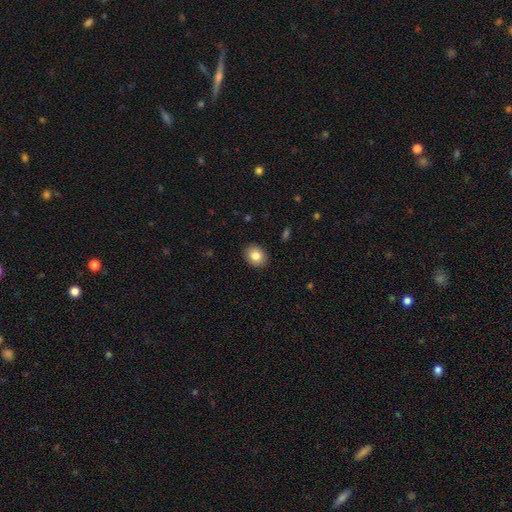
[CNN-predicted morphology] smooth 84%, star or artifact 8%, featured or disk 8%. Down the decision tree: how rounded — in between (51%); merging — none (90%).